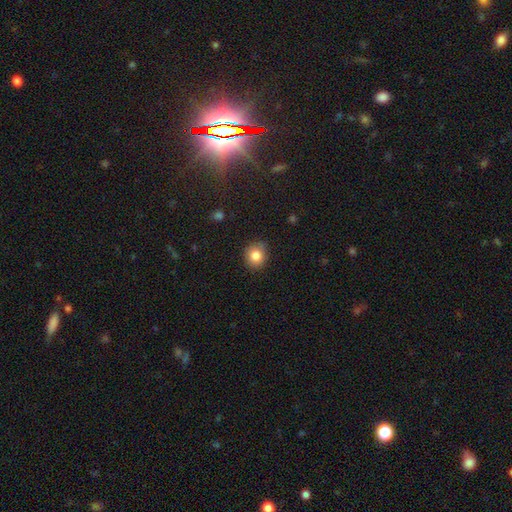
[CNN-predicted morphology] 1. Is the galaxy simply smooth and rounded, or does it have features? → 83% smooth, 10% star or artifact, 7% featured or disk.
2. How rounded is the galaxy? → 80% round, 20% in between, 1% cigar-shaped.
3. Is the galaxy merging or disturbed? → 86% none, 11% minor disturbance, 2% major disturbance, 1% merger.